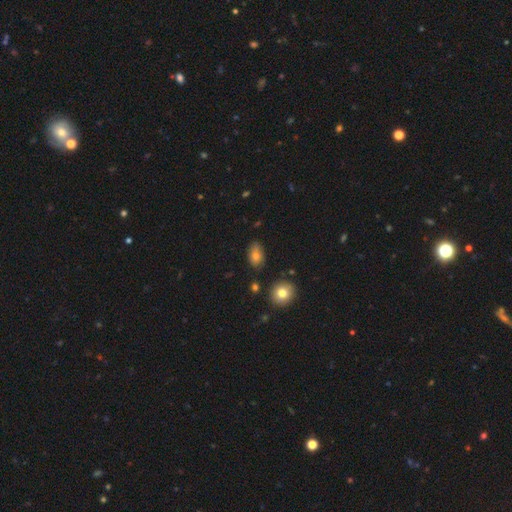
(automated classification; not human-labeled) This appears to be a smooth galaxy with no disk features (75%) that is in between round and cigar-shaped (84%). Merging: none (74%).